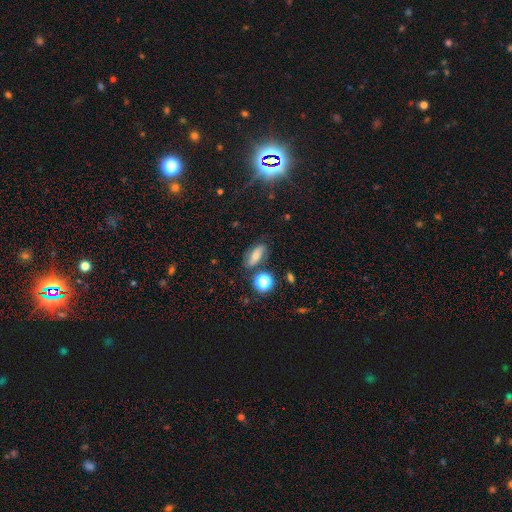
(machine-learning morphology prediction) A smooth galaxy with no disk features (54%) that is in between round and cigar-shaped (69%). Merging: none (76%).